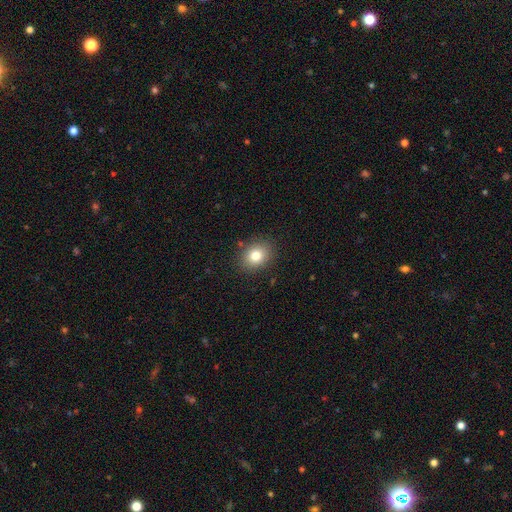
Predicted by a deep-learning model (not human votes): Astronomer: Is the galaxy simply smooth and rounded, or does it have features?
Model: smooth — 80%.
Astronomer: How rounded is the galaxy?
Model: round — 51% (runner-up: in between, 49%).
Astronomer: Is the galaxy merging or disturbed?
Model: none — 86%.